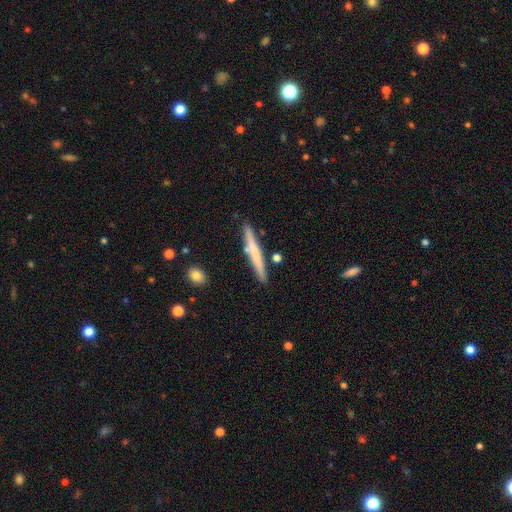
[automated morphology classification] Smooth or featured? smooth (54%)
How rounded? cigar-shaped (96%)
Merging? none (85%)